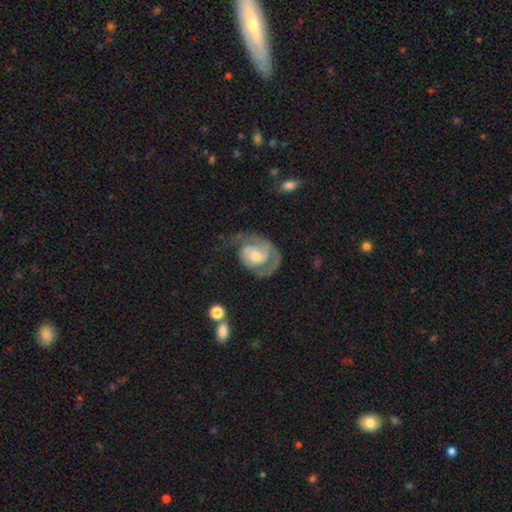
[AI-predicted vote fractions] The model was most divided on "spiral winding": tight: 46%, medium: 38%, loose: 16%. Remaining: edge-on disk — no (97%); spiral arms — yes (90%); smooth or featured — featured or disk (79%); bar — no (65%); bulge size — moderate (58%); merging — none (46%); spiral arm count — 2 (46%).